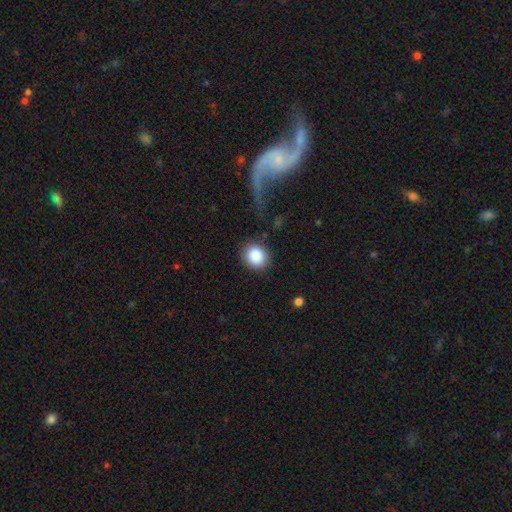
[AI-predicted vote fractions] Smooth or featured?
  - smooth: 89% *
  - star or artifact: 8%
  - featured or disk: 4%
How rounded?
  - round: 80% *
  - in between: 19%
  - cigar-shaped: 1%
Merging?
  - none: 85% *
  - minor disturbance: 9%
  - major disturbance: 4%
  - merger: 2%